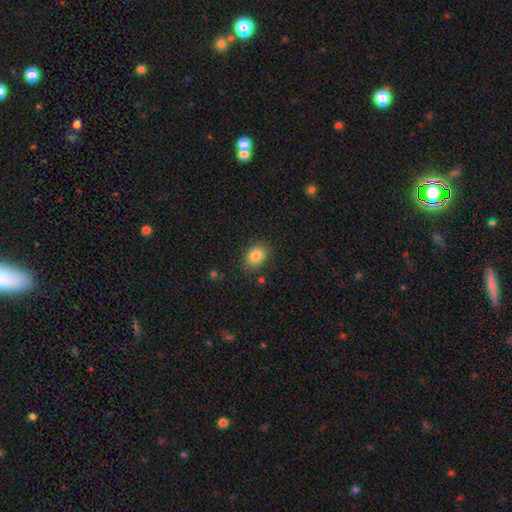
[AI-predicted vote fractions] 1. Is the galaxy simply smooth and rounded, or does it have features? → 83% smooth, 9% star or artifact, 7% featured or disk.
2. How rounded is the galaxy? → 63% in between, 36% round, 1% cigar-shaped.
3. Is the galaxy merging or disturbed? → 84% none, 11% minor disturbance, 3% major disturbance, 2% merger.